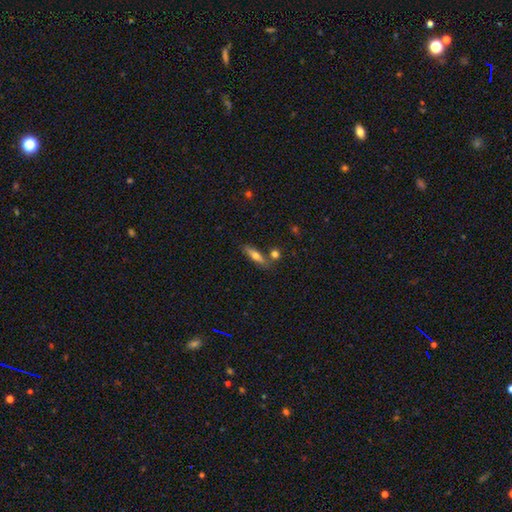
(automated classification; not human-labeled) Smooth or featured? smooth (54%)
How rounded? cigar-shaped (64%)
Merging? none (74%)